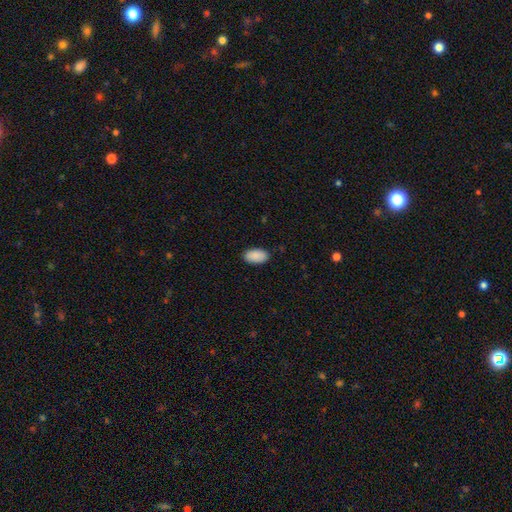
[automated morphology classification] This is clearly a smooth galaxy (91%). How rounded: clearly in between (95%). Merging: clearly none (89%).